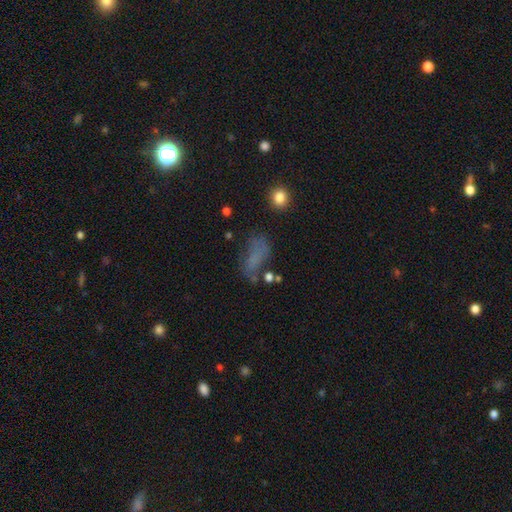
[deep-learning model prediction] This appears to be a smooth galaxy with no disk features (53%) that is in between round and cigar-shaped (79%). Merging: none (46%).